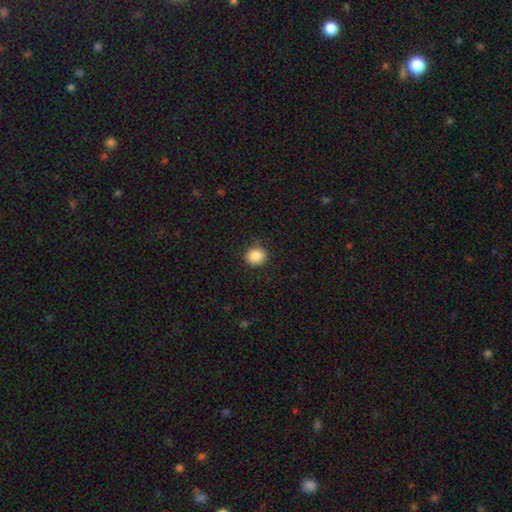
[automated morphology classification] Smooth or featured? Predicted: smooth (p=0.86). How rounded? Predicted: round (p=0.84). Merging? Predicted: none (p=0.87).